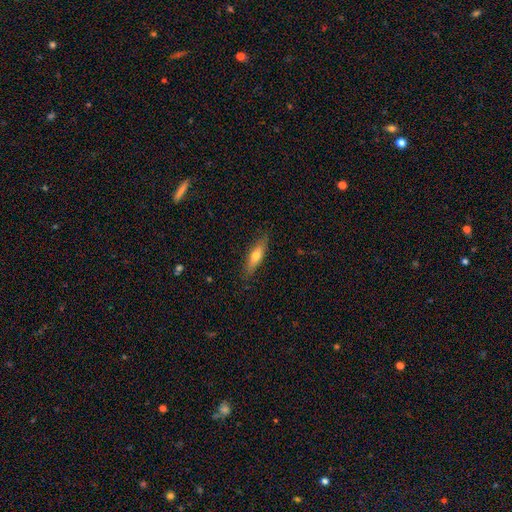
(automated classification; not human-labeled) Q: Smooth or featured?
A: smooth (62%); runner-up: featured or disk (32%)
Q: How rounded?
A: cigar-shaped (59%); runner-up: in between (39%)
Q: Merging?
A: none (84%); runner-up: minor disturbance (12%)